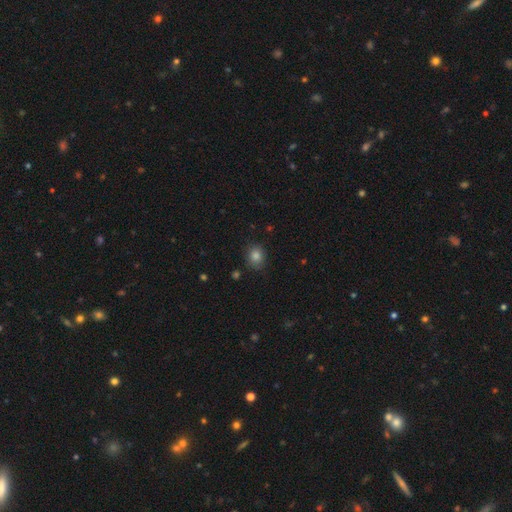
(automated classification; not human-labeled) This appears to be a smooth galaxy with no disk features (84%) that is round (67%). Merging: none (83%).